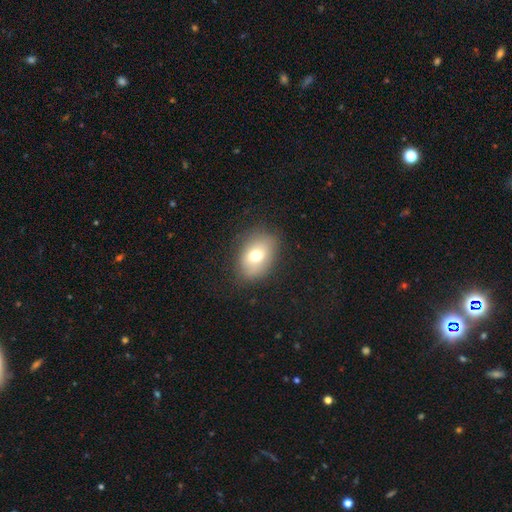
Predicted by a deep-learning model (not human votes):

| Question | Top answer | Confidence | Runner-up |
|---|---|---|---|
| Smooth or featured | smooth | 72% | featured or disk (19%) |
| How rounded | in between | 77% | round (22%) |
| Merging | none | 81% | minor disturbance (14%) |